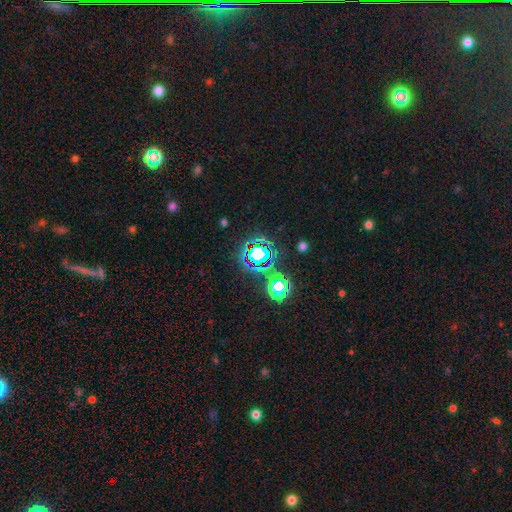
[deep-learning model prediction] Smooth or featured? Predicted: star or artifact (p=0.69).